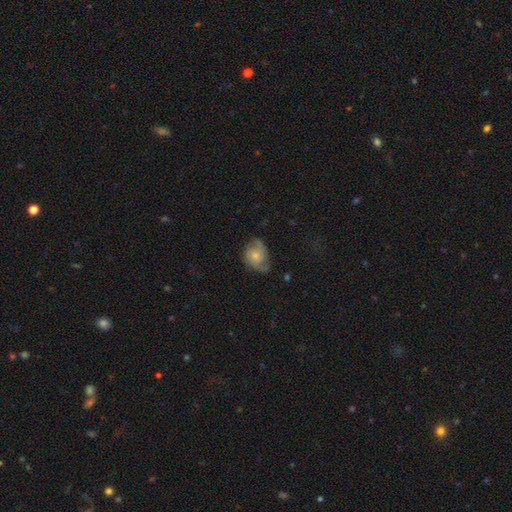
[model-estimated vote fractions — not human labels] Q: Smooth or featured?
A: featured or disk (53%); runner-up: smooth (39%)
Q: Edge-on disk?
A: no (97%); runner-up: yes (3%)
Q: Bar?
A: no (77%); runner-up: weak (21%)
Q: Spiral arms?
A: yes (86%); runner-up: no (14%)
Q: Bulge size?
A: small (51%); runner-up: moderate (40%)
Q: Merging?
A: none (55%); runner-up: minor disturbance (30%)